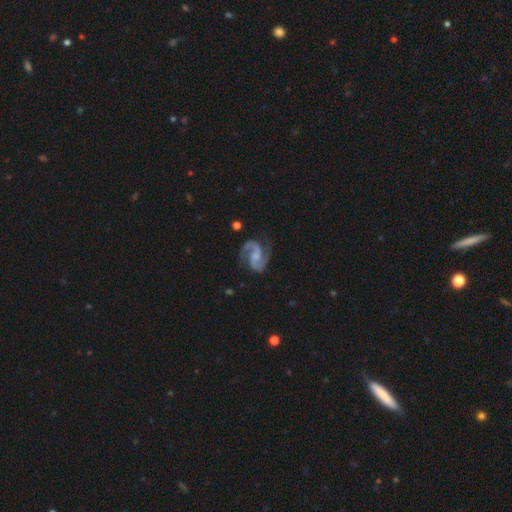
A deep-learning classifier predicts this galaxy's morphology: type=featured or disk (92%); edge-on=no (98%); bar=no (47%); spiral arms=yes (98%); winding=medium (63%); arm count=2 (94%); bulge=none (35%); merging=none (78%).